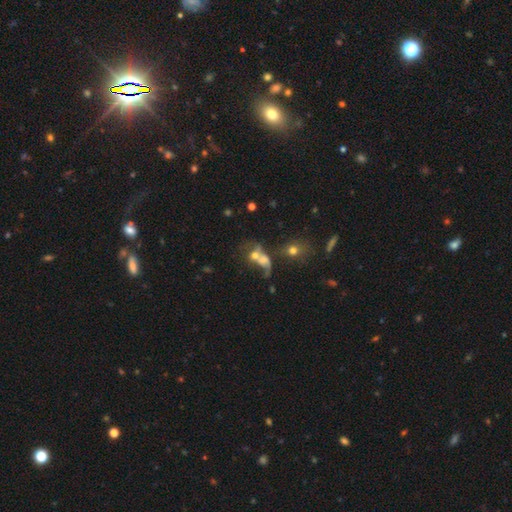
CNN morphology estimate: type=smooth (44%); merging=merger (57%).